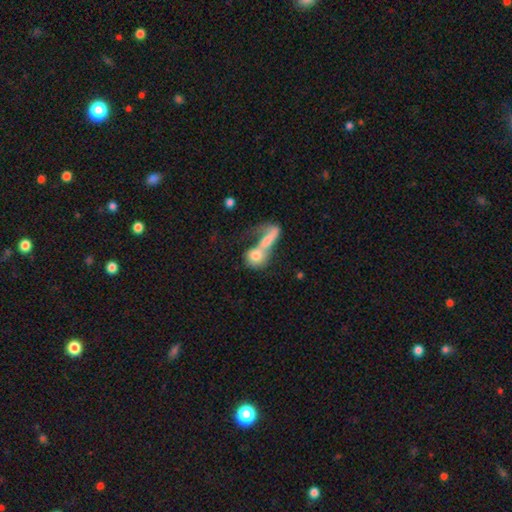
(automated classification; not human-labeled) A smooth galaxy with no disk features (67%) that is round (47%). Merging: merger (69%).